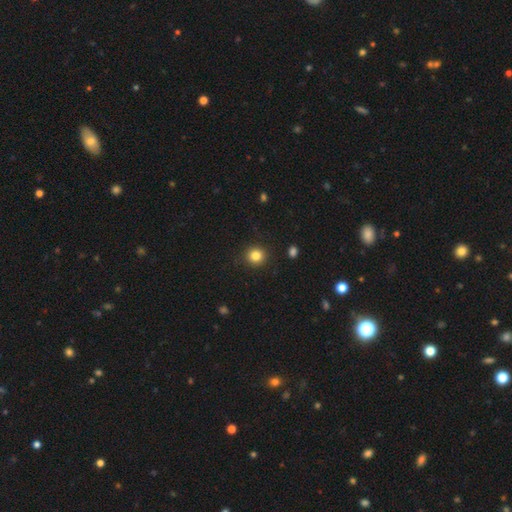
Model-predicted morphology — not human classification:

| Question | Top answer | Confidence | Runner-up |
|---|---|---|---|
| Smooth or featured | smooth | 84% | star or artifact (11%) |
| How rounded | round | 91% | in between (8%) |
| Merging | none | 91% | minor disturbance (6%) |